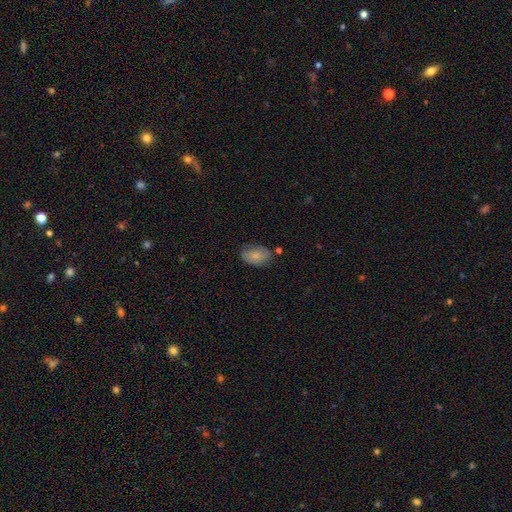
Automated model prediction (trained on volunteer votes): smooth_or_featured: smooth (p=0.74) [alt: featured or disk p=0.19]
how_rounded: in between (p=0.88) [alt: round p=0.10]
merging: none (p=0.66) [alt: minor disturbance p=0.24]